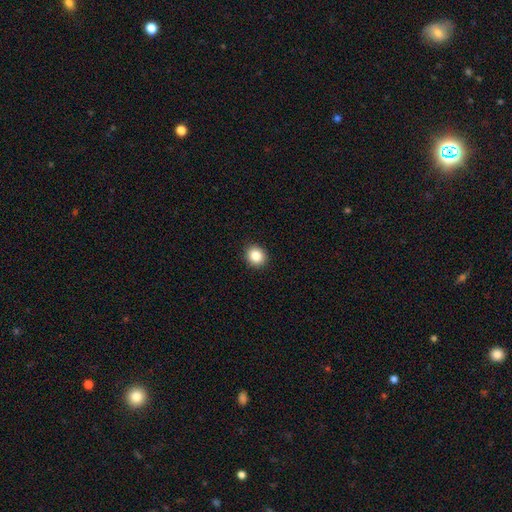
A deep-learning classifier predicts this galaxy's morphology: Smooth or featured?
  - smooth: 86% *
  - star or artifact: 10%
  - featured or disk: 5%
How rounded?
  - round: 77% *
  - in between: 22%
  - cigar-shaped: 1%
Merging?
  - none: 92% *
  - minor disturbance: 6%
  - major disturbance: 2%
  - merger: 1%